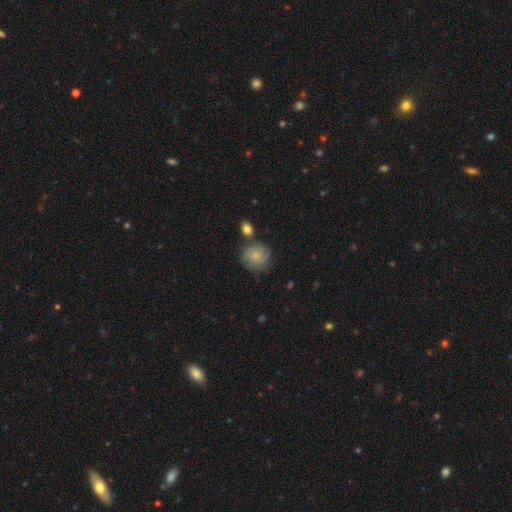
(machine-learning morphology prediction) This appears to be a smooth galaxy with no disk features (69%) that is round (88%). Merging: none (65%).